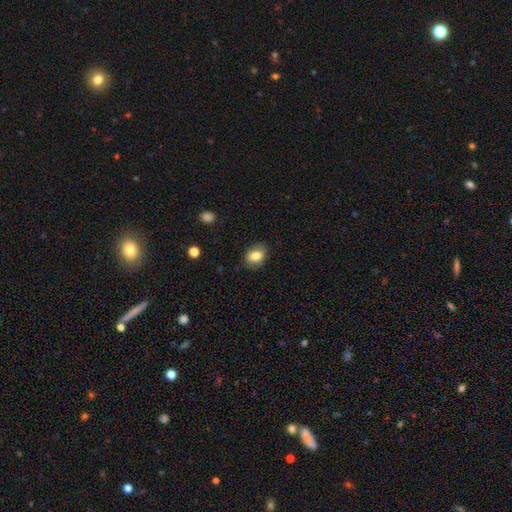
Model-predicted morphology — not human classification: type=smooth (81%); roundness=in between (69%); merging=none (83%).